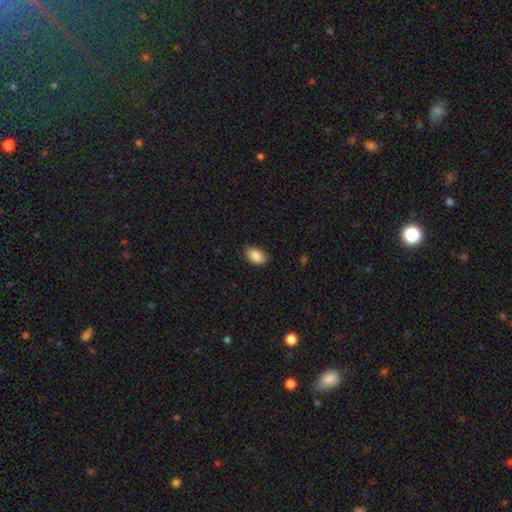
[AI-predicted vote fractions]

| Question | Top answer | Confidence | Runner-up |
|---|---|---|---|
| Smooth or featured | smooth | 88% | star or artifact (7%) |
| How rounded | in between | 91% | round (7%) |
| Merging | none | 84% | minor disturbance (13%) |